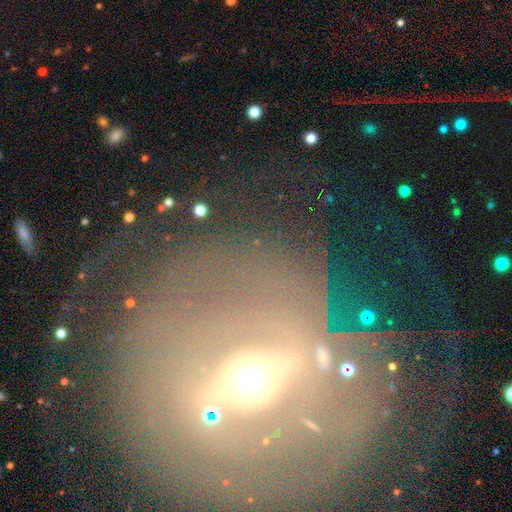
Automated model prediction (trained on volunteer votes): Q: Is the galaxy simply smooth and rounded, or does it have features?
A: featured or disk — 68%.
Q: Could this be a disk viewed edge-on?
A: no — 90%.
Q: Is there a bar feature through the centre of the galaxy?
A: strong — 43%.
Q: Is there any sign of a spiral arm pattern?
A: no — 54%.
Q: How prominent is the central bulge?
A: moderate — 60%.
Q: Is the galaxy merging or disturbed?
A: none — 61%.